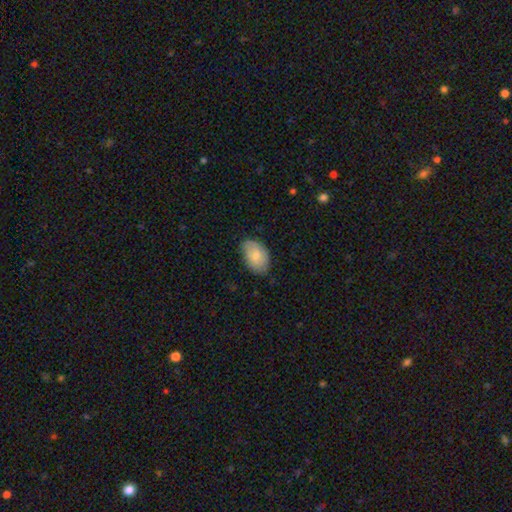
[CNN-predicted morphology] A smooth galaxy with no disk features (74%) that is in between round and cigar-shaped (90%). Merging: none (72%).